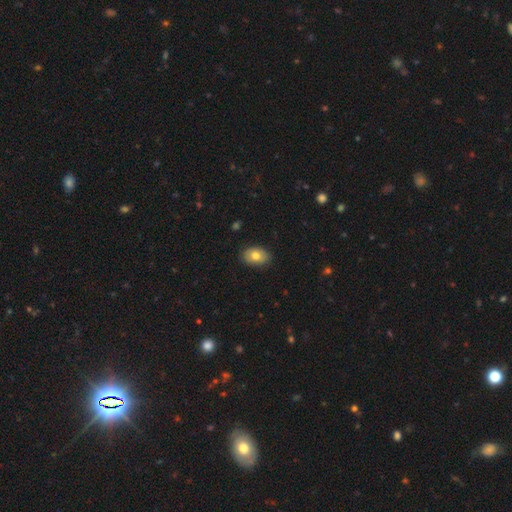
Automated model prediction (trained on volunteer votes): The model was most divided on "smooth or featured": smooth: 74%, featured or disk: 18%, star or artifact: 7%. More confident: merging — none (85%); how rounded — in between (85%).